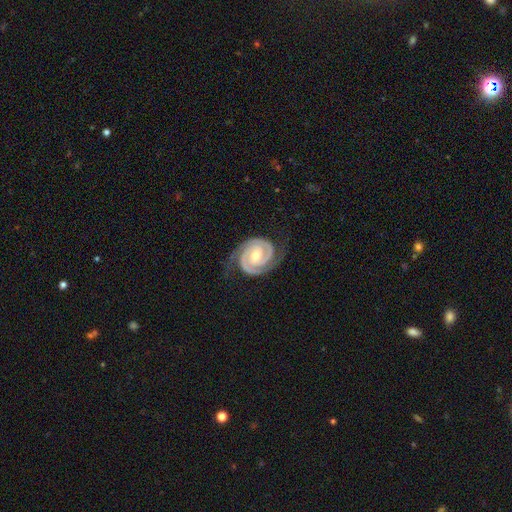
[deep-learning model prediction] smooth_or_featured: featured or disk (p=0.94) [alt: star or artifact p=0.03]
disk_edge_on: no (p=0.98) [alt: yes p=0.02]
bar: no (p=0.45) [alt: weak p=0.38]
has_spiral_arms: yes (p=0.99) [alt: no p=0.01]
spiral_winding: tight (p=0.76) [alt: medium p=0.22]
spiral_arm_count: 2 (p=0.90) [alt: 3 p=0.04]
bulge_size: moderate (p=0.57) [alt: small p=0.40]
merging: none (p=0.77) [alt: minor disturbance p=0.16]